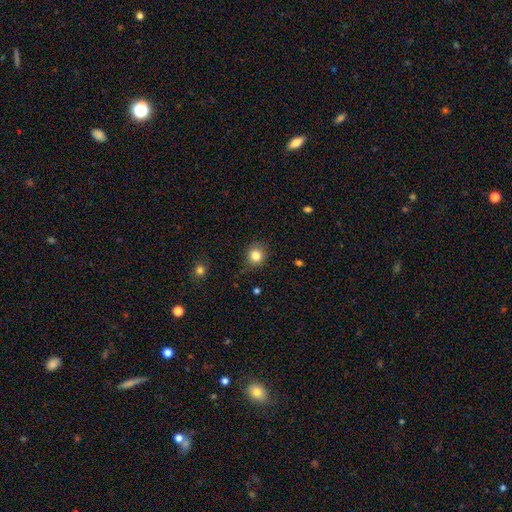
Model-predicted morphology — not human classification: Smooth or featured: smooth — 83% (star or artifact — 11%)
How rounded: round — 86% (in between — 13%)
Merging: none — 81% (minor disturbance — 14%)